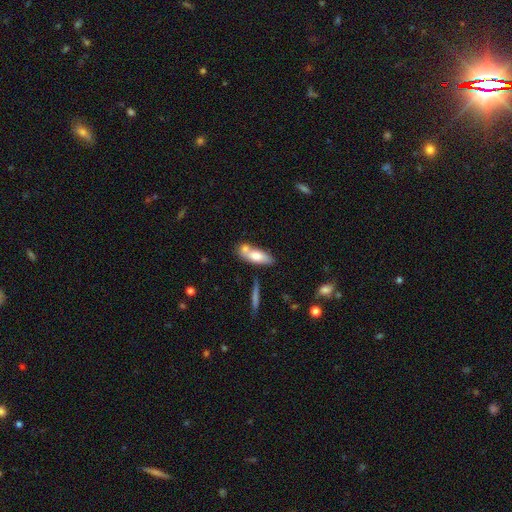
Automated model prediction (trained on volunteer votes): This appears to be a smooth galaxy with no disk features (68%) that is in between round and cigar-shaped (68%). Merging: none (44%).